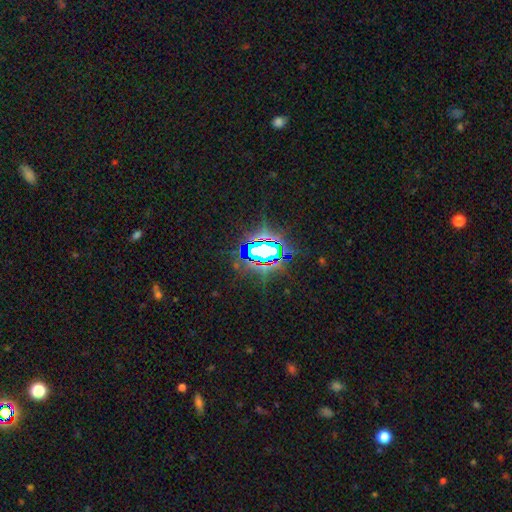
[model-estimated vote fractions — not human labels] This is likely a star or artifact rather than a galaxy (71%).